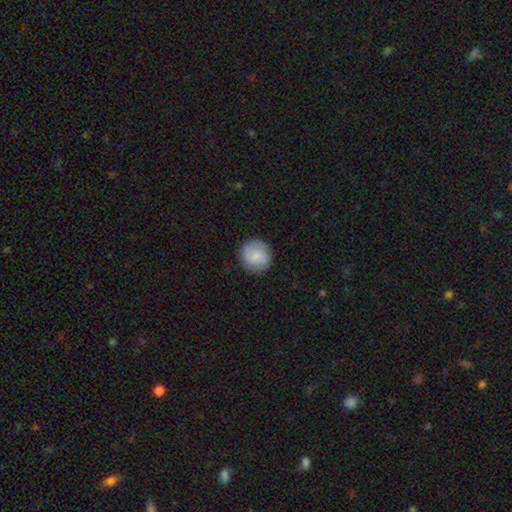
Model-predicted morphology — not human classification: smooth 79%, featured or disk 14%, star or artifact 7%. Down the decision tree: how rounded — round (92%); merging — none (87%).